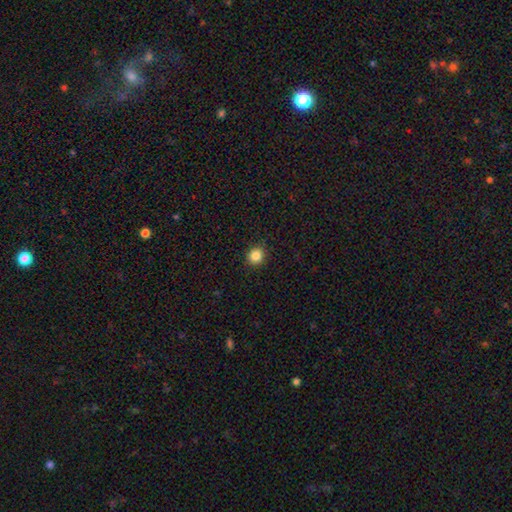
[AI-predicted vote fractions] This is clearly a smooth galaxy (85%). How rounded: clearly round (90%). Merging: clearly none (91%).